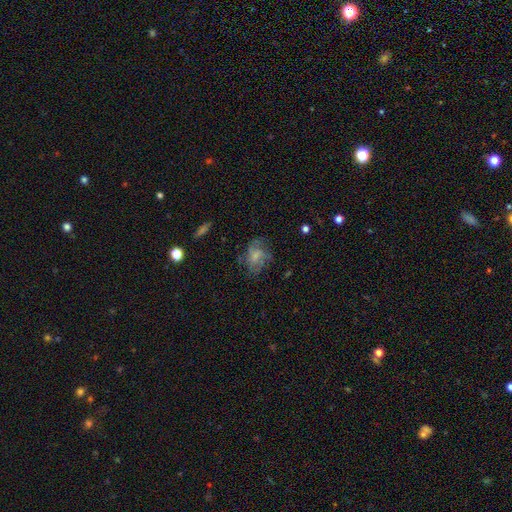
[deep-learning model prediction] smooth-or-featured: smooth: 45% | featured or disk: 44% | star or artifact: 11%
  merging: none: 54% | minor disturbance: 23% | major disturbance: 21% | merger: 2%